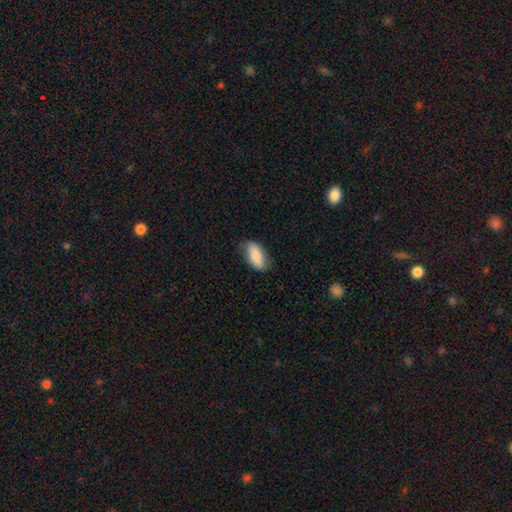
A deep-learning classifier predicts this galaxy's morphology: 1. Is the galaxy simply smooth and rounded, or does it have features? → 82% smooth, 12% featured or disk, 6% star or artifact.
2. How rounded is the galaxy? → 91% in between, 6% cigar-shaped, 3% round.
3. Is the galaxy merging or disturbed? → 72% none, 22% minor disturbance, 5% major disturbance, 1% merger.